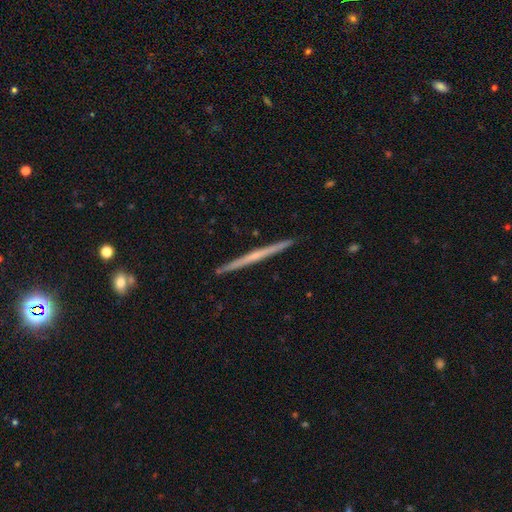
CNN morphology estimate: Smooth or featured?
  - featured or disk: 69% *
  - smooth: 25%
  - star or artifact: 5%
Edge-on disk?
  - yes: 98% *
  - no: 2%
Edge-on bulge?
  - none: 62% *
  - rounded: 32%
  - boxy: 5%
Merging?
  - none: 93% *
  - minor disturbance: 5%
  - merger: 1%
  - major disturbance: 1%